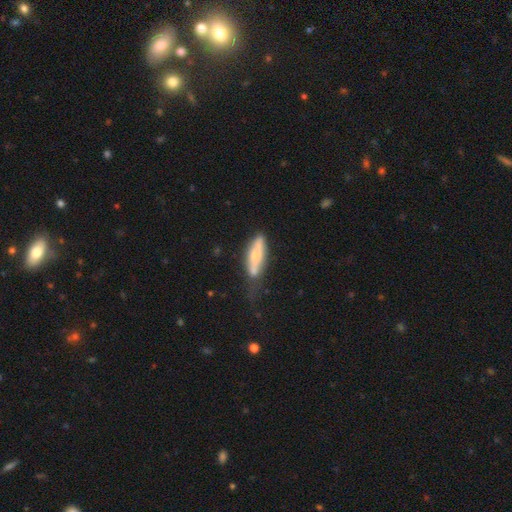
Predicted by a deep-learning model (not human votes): smooth-or-featured: smooth: 56% | featured or disk: 38% | star or artifact: 6%
  how-rounded: cigar-shaped: 51% | in between: 47% | round: 2%
  merging: none: 42% | minor disturbance: 34% | major disturbance: 14% | merger: 10%